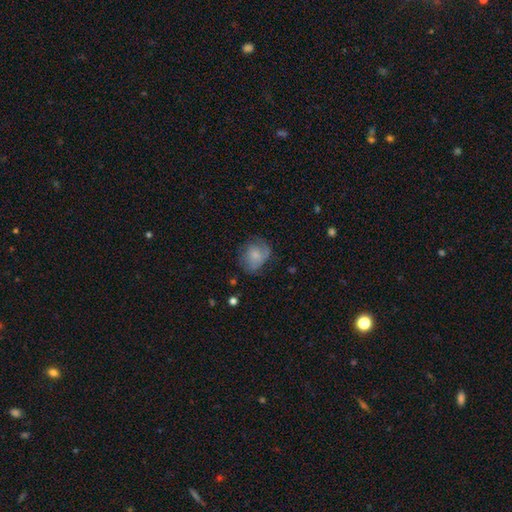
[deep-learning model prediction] A smooth galaxy with no disk features (67%) that is round (64%).

Vote fractions:
- Smooth or featured? smooth: 67% / featured or disk: 25% / star or artifact: 8%
- How rounded? round: 64% / in between: 35% / cigar-shaped: 1%
- Merging? none: 54% / minor disturbance: 29% / major disturbance: 15% / merger: 2%